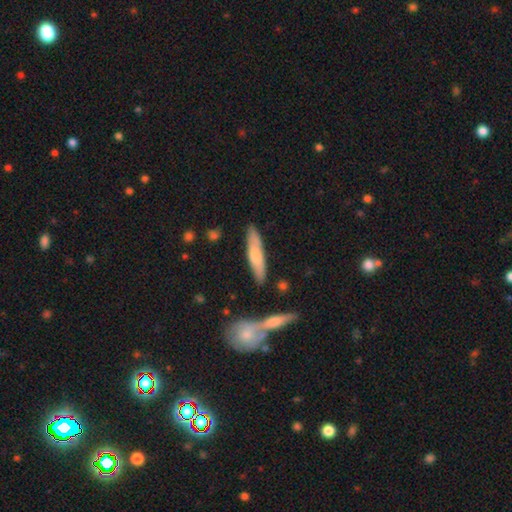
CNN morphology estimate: Smooth or featured? smooth (62%)
How rounded? cigar-shaped (80%)
Merging? none (82%)